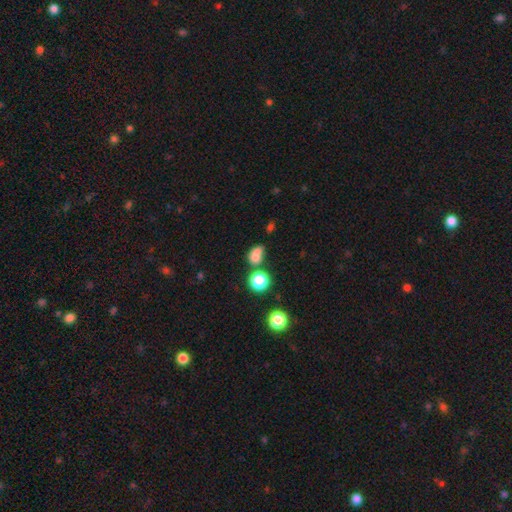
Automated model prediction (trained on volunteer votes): Smooth or featured: smooth — 73% (star or artifact — 16%)
How rounded: round — 49% (tied with in between — 49%)
Merging: none — 41% (merger — 30%)